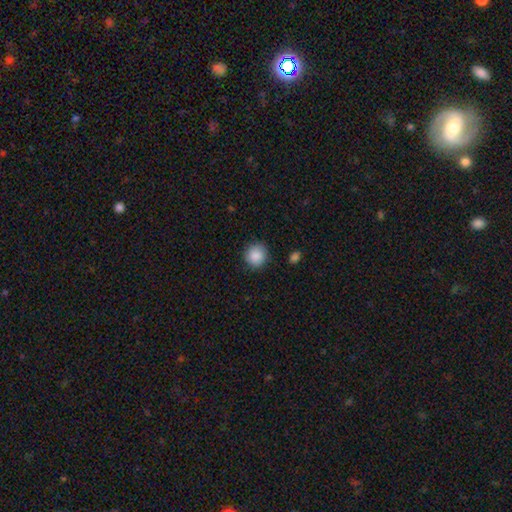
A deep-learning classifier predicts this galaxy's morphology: type=smooth (88%); roundness=round (90%); merging=none (87%).